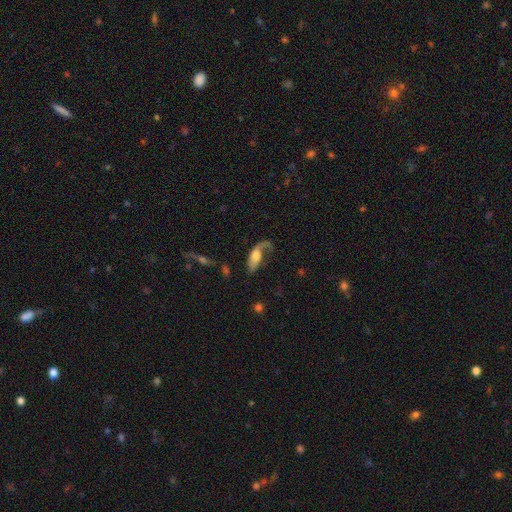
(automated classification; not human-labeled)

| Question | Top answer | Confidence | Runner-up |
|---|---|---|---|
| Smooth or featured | featured or disk | 54% | smooth (38%) |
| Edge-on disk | no | 86% | yes (14%) |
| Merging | major disturbance | 44% | none (32%) |